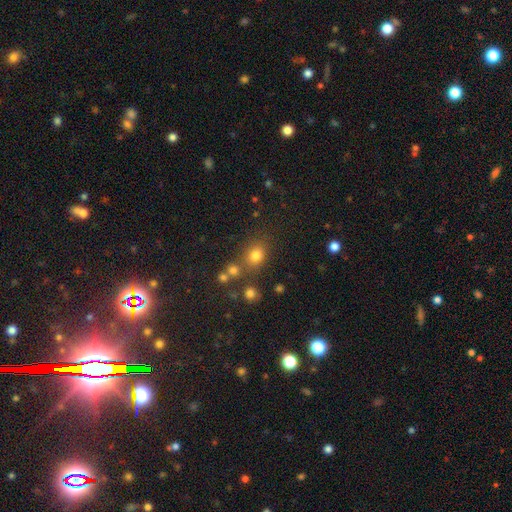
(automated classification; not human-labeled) The model was most divided on "how rounded": round: 54%, in between: 44%, cigar-shaped: 1%. More confident: smooth or featured — smooth (77%); merging — none (69%).